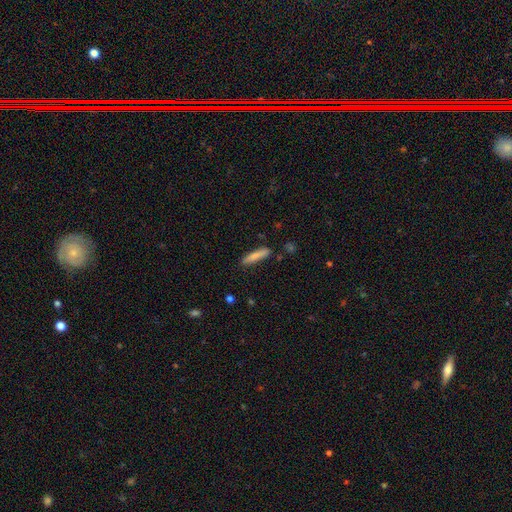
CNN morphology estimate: Smooth or featured? smooth (80%)
How rounded? cigar-shaped (87%)
Merging? none (85%)